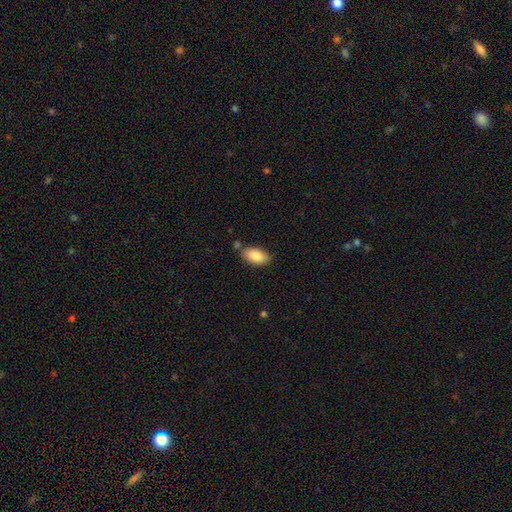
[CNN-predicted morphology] Smooth or featured: smooth — 86% (featured or disk — 7%)
How rounded: in between — 94% (cigar-shaped — 3%)
Merging: none — 77% (minor disturbance — 14%)